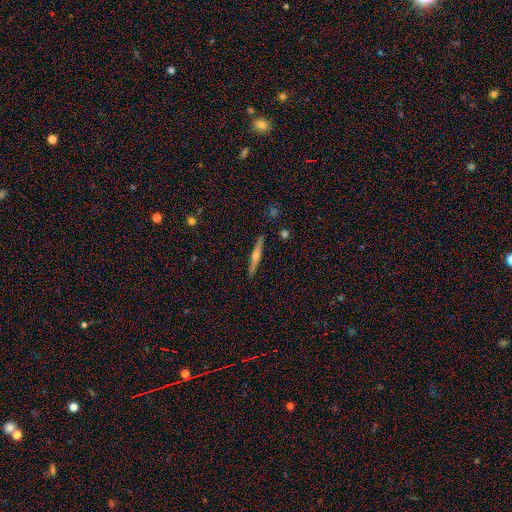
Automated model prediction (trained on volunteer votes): smooth_or_featured: featured or disk (p=0.62) [alt: smooth p=0.32]
disk_edge_on: yes (p=0.97) [alt: no p=0.03]
edge_on_bulge: rounded (p=0.84) [alt: none p=0.10]
merging: none (p=0.90) [alt: minor disturbance p=0.07]